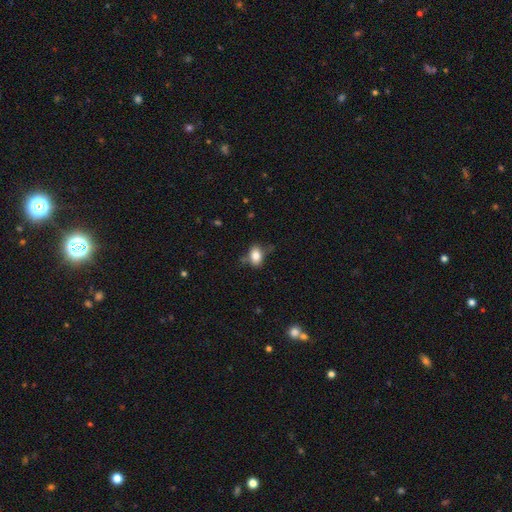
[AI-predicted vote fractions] smooth-or-featured: smooth: 81% | featured or disk: 10% | star or artifact: 9%
  how-rounded: in between: 76% | round: 22% | cigar-shaped: 2%
  merging: none: 64% | minor disturbance: 25% | major disturbance: 8% | merger: 4%